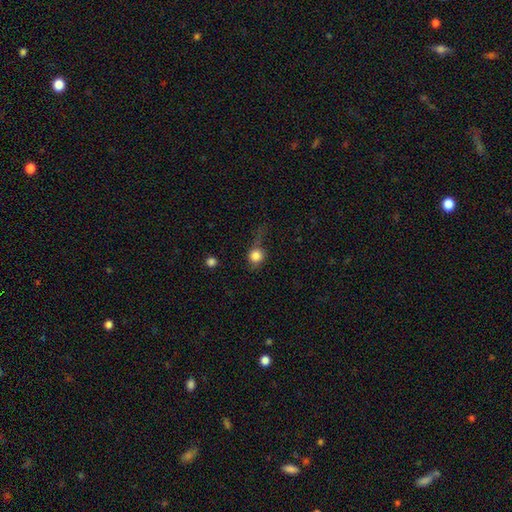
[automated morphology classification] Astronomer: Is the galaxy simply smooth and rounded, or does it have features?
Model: smooth — 79%.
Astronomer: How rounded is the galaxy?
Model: round — 84%.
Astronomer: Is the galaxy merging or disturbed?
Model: none — 47% (runner-up: minor disturbance, 27%).